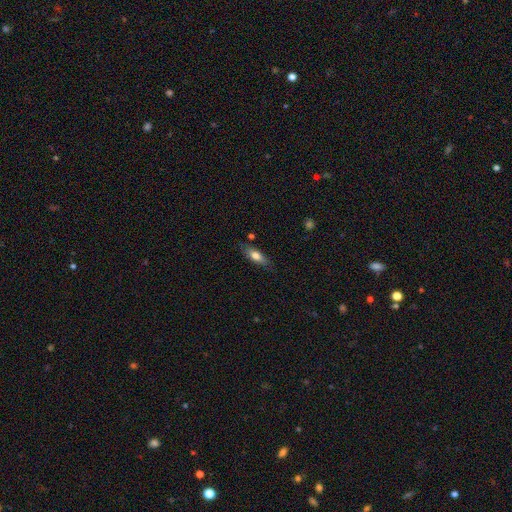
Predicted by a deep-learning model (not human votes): Smooth or featured? smooth (69%)
How rounded? in between (61%)
Merging? none (80%)